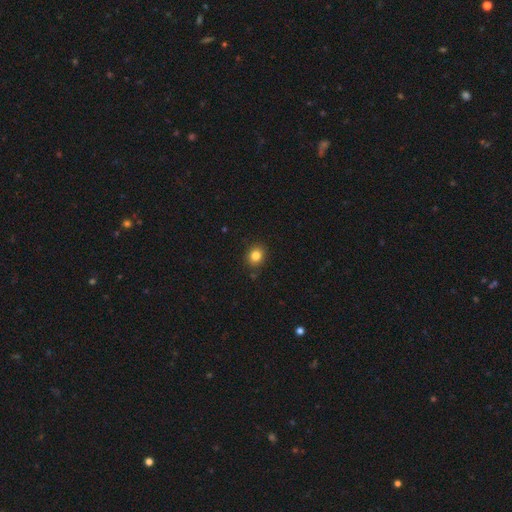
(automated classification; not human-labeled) The model was most divided on "how rounded": round: 68%, in between: 31%, cigar-shaped: 1%. More confident: merging — none (87%); smooth or featured — smooth (83%).